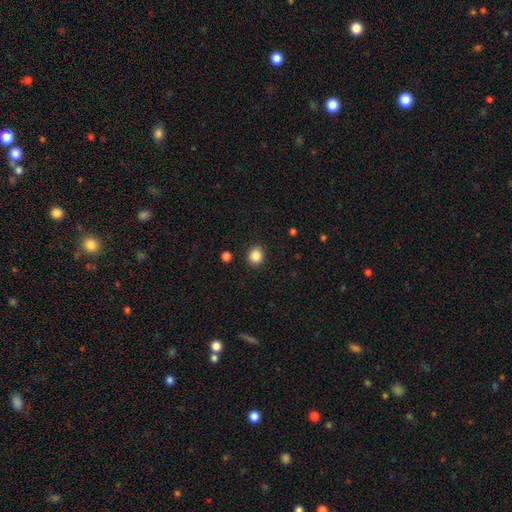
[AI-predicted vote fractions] smooth 87%, star or artifact 10%, featured or disk 3%. Down the decision tree: how rounded — round (80%); merging — none (88%).